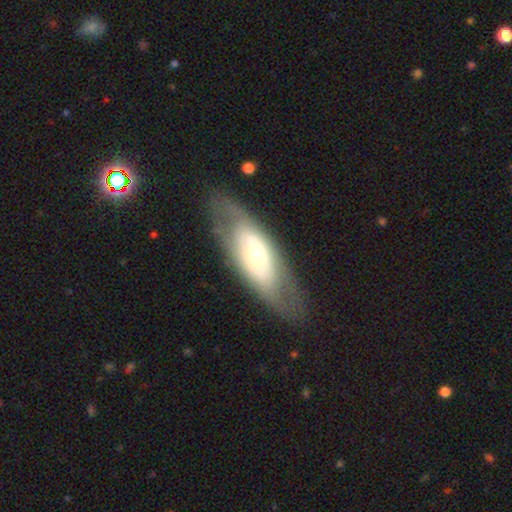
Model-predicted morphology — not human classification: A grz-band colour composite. It shows a featured or disk galaxy (58%). Merging: none (76%).